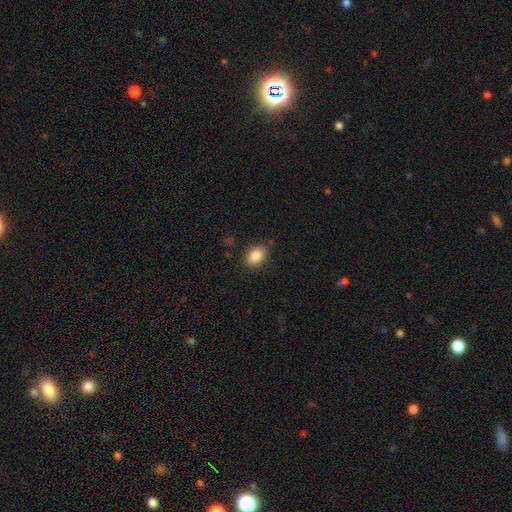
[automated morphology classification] smooth 87%, star or artifact 8%, featured or disk 5%. Down the decision tree: how rounded — in between (78%); merging — none (84%).